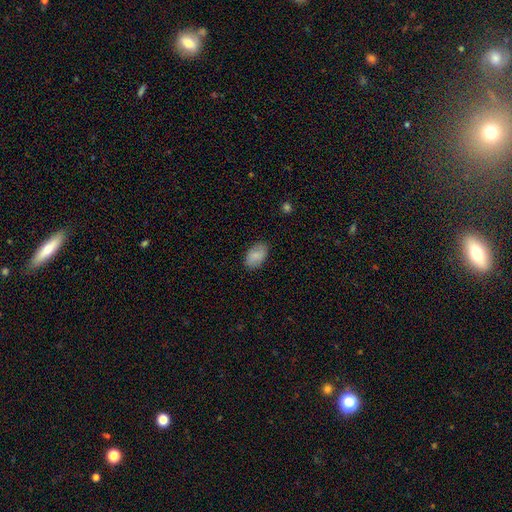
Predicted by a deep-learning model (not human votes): A smooth galaxy with no disk features (86%) that is in between round and cigar-shaped (93%).

Vote fractions:
- Smooth or featured? smooth: 86% / featured or disk: 8% / star or artifact: 7%
- How rounded? in between: 93% / round: 6% / cigar-shaped: 1%
- Merging? none: 85% / minor disturbance: 12% / major disturbance: 3% / merger: 1%